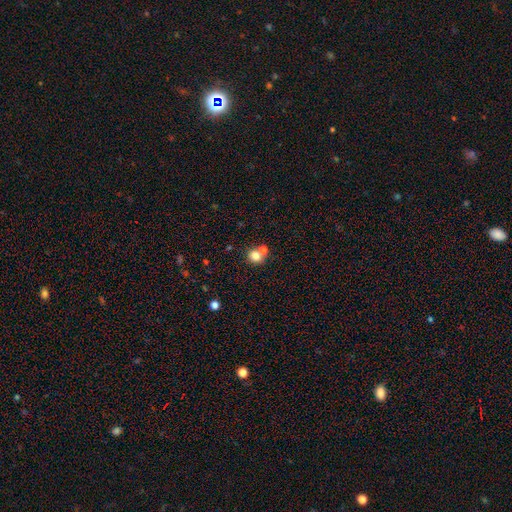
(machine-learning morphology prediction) This is likely a smooth galaxy (79%). How rounded: likely round (74%). Merging: possibly none (48%).